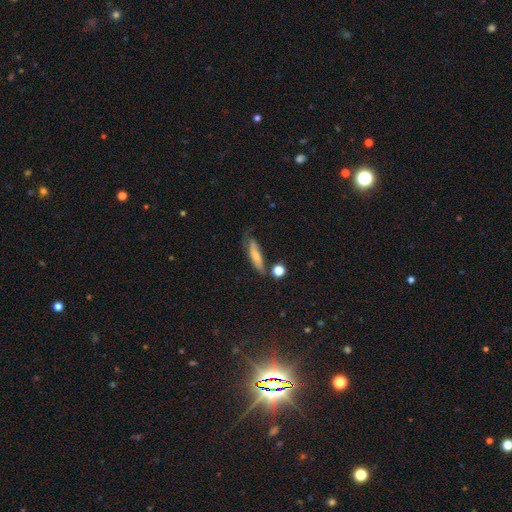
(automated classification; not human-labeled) Smooth or featured? smooth (67%)
How rounded? cigar-shaped (69%)
Merging? none (52%)